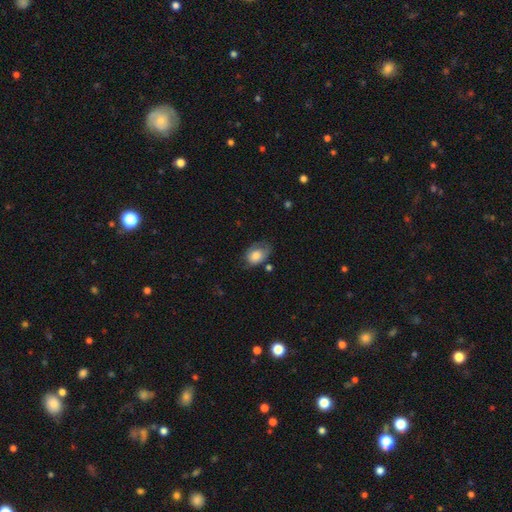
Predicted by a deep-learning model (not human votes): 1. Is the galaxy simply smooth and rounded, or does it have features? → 78% smooth, 14% featured or disk, 7% star or artifact.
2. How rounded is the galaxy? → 78% in between, 21% round, 1% cigar-shaped.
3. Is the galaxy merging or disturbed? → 48% none, 35% minor disturbance, 14% major disturbance, 4% merger.